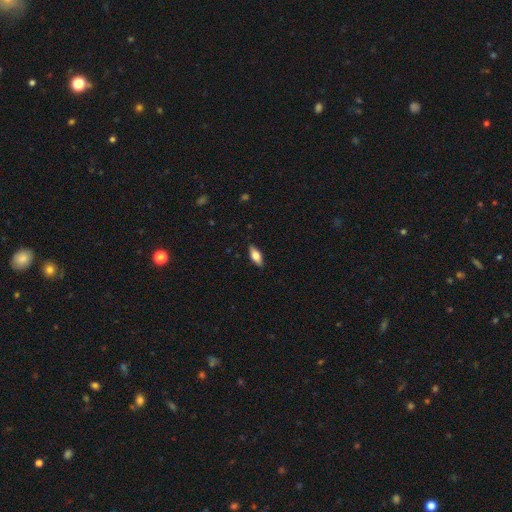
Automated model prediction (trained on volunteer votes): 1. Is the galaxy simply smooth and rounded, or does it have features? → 67% smooth, 27% featured or disk, 6% star or artifact.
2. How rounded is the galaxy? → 76% in between, 21% cigar-shaped, 3% round.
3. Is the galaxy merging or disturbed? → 88% none, 9% minor disturbance, 2% major disturbance, 1% merger.